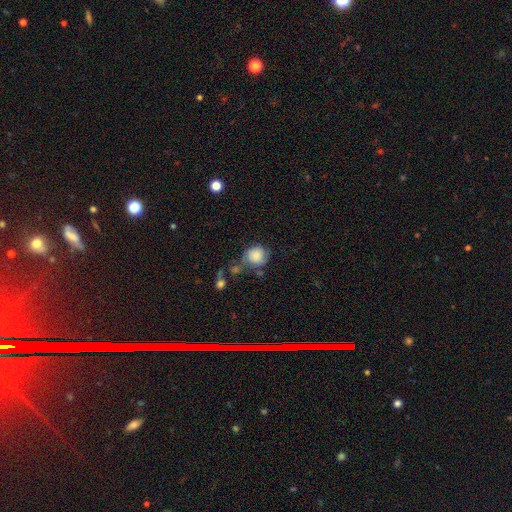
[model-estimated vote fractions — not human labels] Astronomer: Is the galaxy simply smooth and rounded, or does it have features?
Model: smooth — 79%.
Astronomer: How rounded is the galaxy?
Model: round — 83%.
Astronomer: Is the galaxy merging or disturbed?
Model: none — 50%.